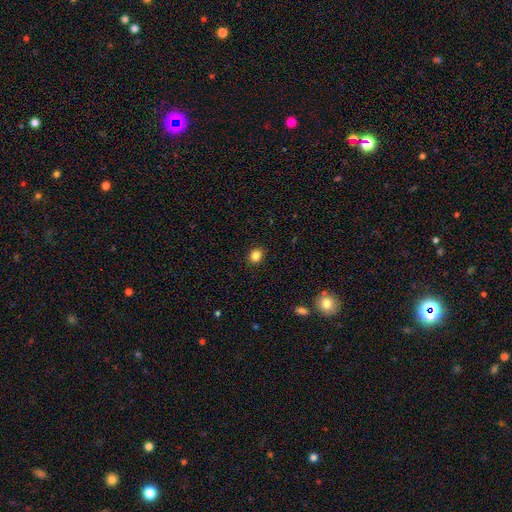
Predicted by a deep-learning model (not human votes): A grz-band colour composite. It shows a smooth galaxy with no disk features (85%) that is round (74%). Merging: none (91%).